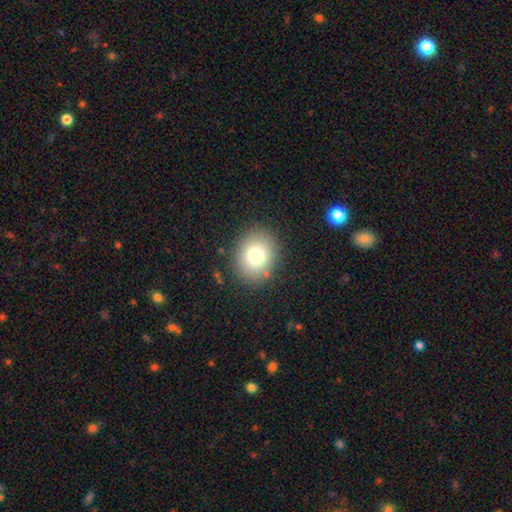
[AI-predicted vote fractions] Smooth or featured: smooth — 77% (star or artifact — 12%)
How rounded: round — 68% (in between — 31%)
Merging: none — 86% (minor disturbance — 9%)